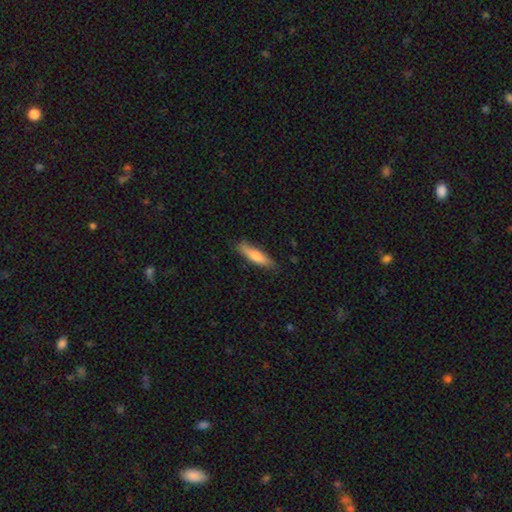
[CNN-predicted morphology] Q: Smooth or featured?
A: smooth (70%); runner-up: featured or disk (25%)
Q: How rounded?
A: cigar-shaped (78%); runner-up: in between (21%)
Q: Merging?
A: none (81%); runner-up: minor disturbance (15%)